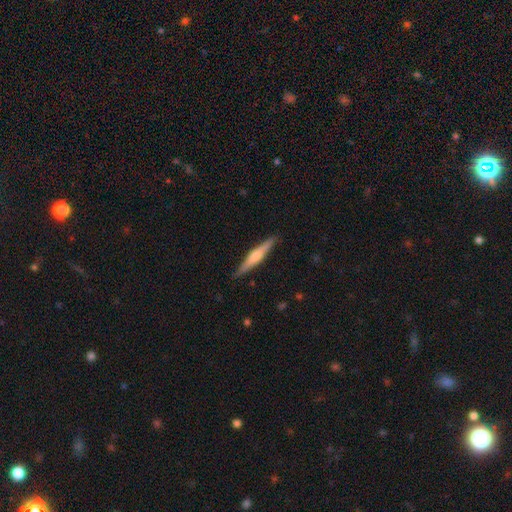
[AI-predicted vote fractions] Q: Smooth or featured?
A: featured or disk (57%); runner-up: smooth (37%)
Q: Edge-on disk?
A: yes (97%); runner-up: no (3%)
Q: Edge-on bulge?
A: rounded (66%); runner-up: boxy (21%)
Q: Merging?
A: none (89%); runner-up: minor disturbance (8%)